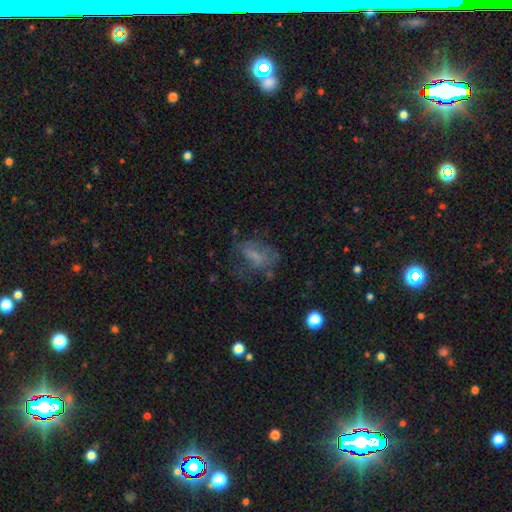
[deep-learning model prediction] Smooth or featured? Predicted: smooth (p=0.51). How rounded? Predicted: in between (p=0.79). Merging? Predicted: none (p=0.45).